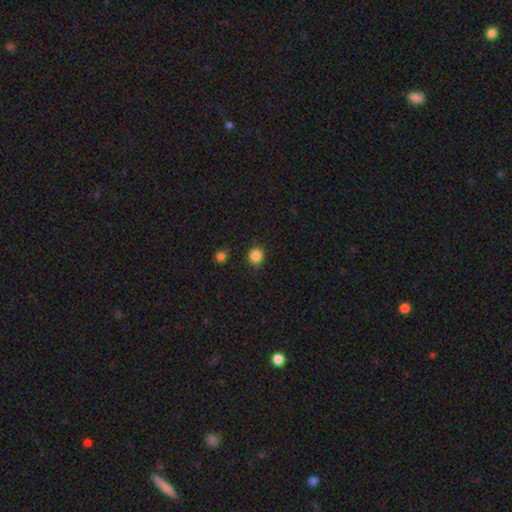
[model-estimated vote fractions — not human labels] smooth 85%, star or artifact 11%, featured or disk 3%. Down the decision tree: how rounded — round (86%); merging — none (83%).